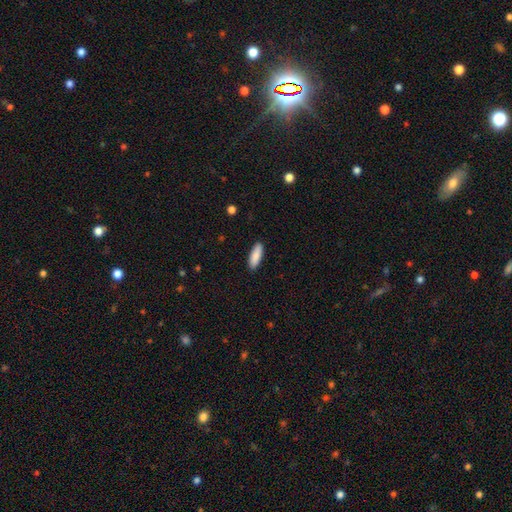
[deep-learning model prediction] smooth_or_featured: smooth (p=0.89) [alt: featured or disk p=0.06]
how_rounded: in between (p=0.57) [alt: cigar-shaped p=0.41]
merging: none (p=0.90) [alt: minor disturbance p=0.07]